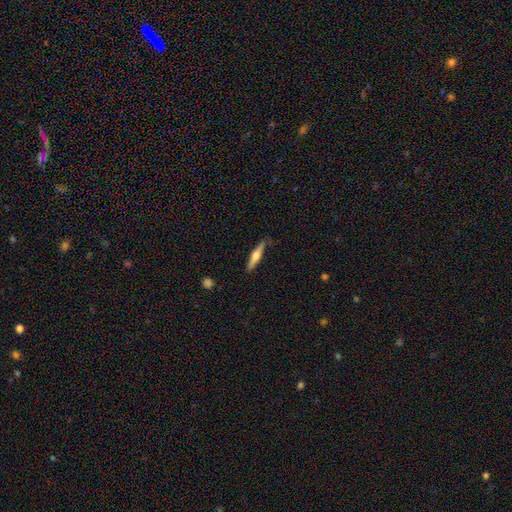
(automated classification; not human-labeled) featured or disk 52%, smooth 42%, star or artifact 6%. Down the decision tree: edge-on disk — yes (96%); edge-on bulge — rounded (88%); merging — none (81%).